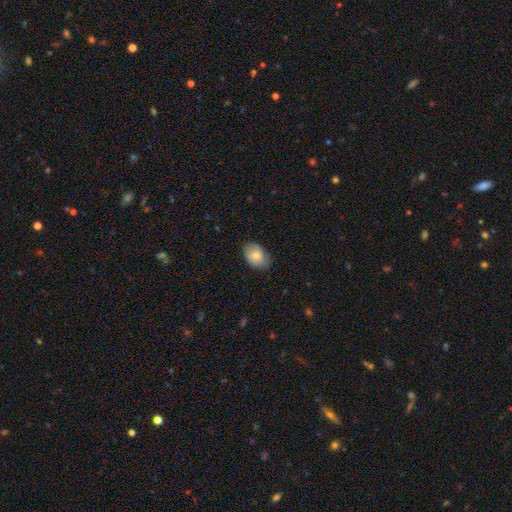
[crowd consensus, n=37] Volunteers were most divided on "merging": none: 64%, minor disturbance: 33%, major disturbance: 3%, merger: 0%. More confident: how rounded — in between (89%); smooth or featured — smooth (73%).